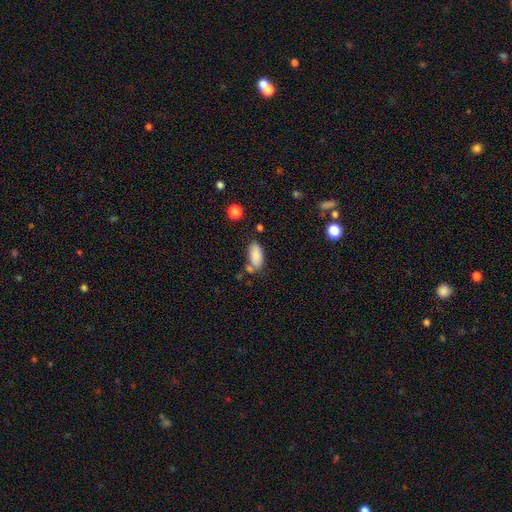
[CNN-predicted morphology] Q: Smooth or featured?
A: smooth (83%); runner-up: featured or disk (10%)
Q: How rounded?
A: in between (89%); runner-up: cigar-shaped (8%)
Q: Merging?
A: none (60%); runner-up: minor disturbance (20%)